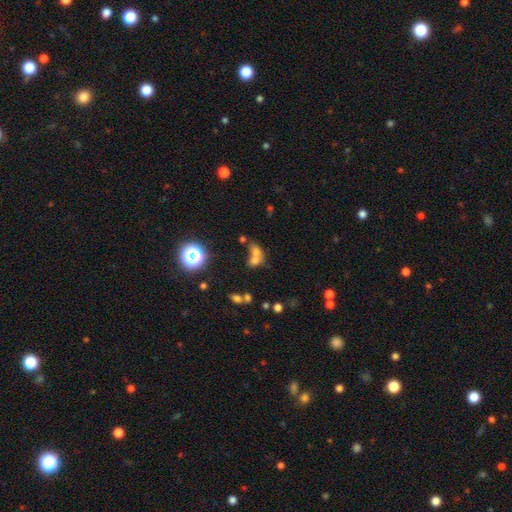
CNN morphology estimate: This appears to be a smooth galaxy with no disk features (61%) that is in between round and cigar-shaped (51%). Merging: merger (64%).